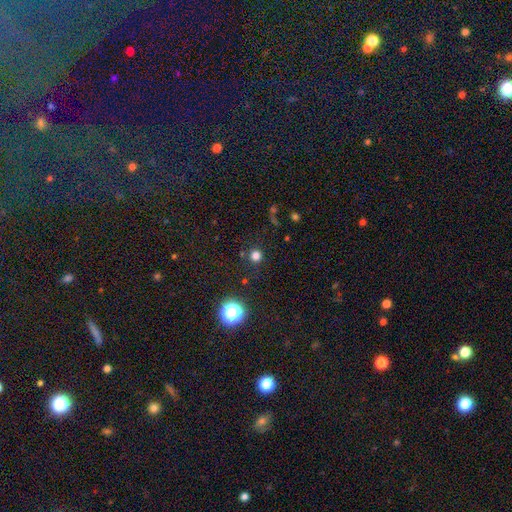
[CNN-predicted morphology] A smooth galaxy with no disk features (75%) that is round (94%).

Vote fractions:
- Smooth or featured? smooth: 75% / star or artifact: 21% / featured or disk: 4%
- How rounded? round: 94% / in between: 5% / cigar-shaped: 1%
- Merging? none: 88% / minor disturbance: 6% / major disturbance: 3% / merger: 3%